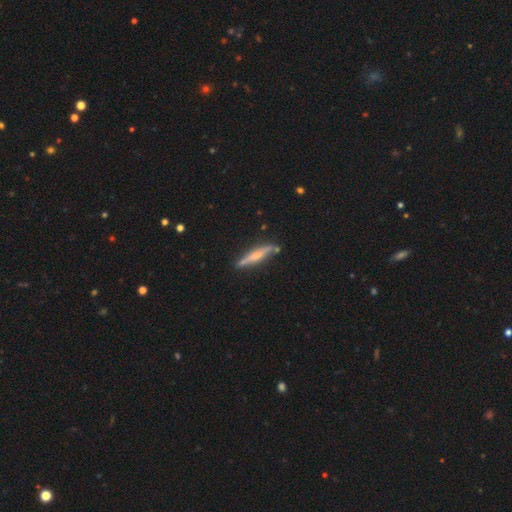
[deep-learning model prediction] Smooth or featured: featured or disk — 56% (smooth — 37%)
Edge-on disk: yes — 94% (no — 6%)
Edge-on bulge: rounded — 60% (none — 24%)
Merging: none — 79% (minor disturbance — 14%)